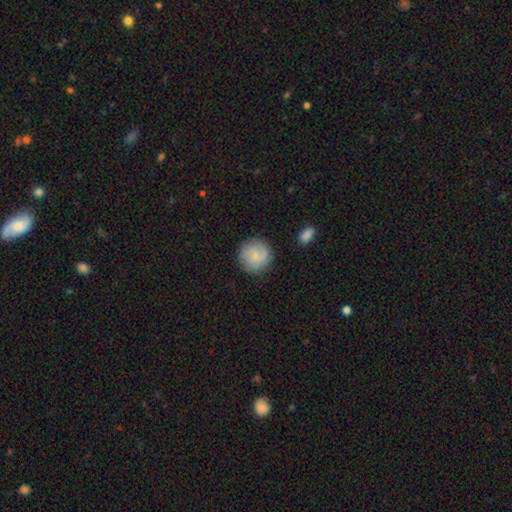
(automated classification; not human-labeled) Morphology: type=smooth (69%); roundness=round (94%); merging=none (84%).